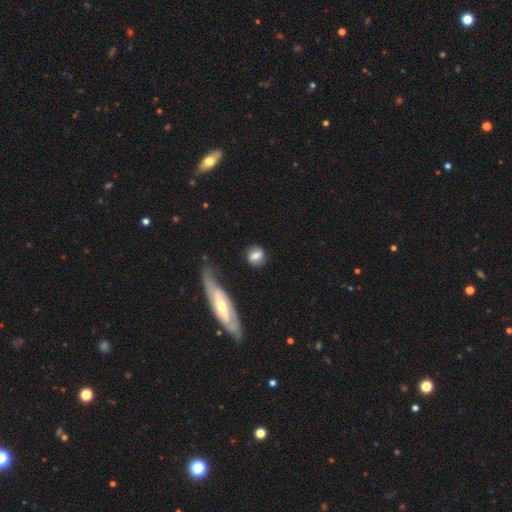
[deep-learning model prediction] Smooth or featured? smooth (71%)
How rounded? round (63%)
Merging? none (75%)